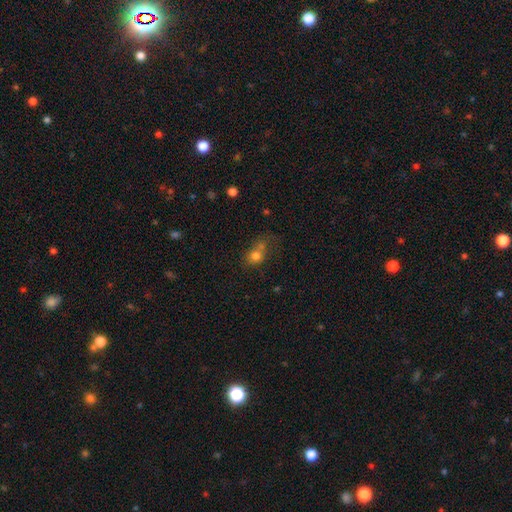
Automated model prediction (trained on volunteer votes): This is likely a smooth galaxy (73%). How rounded: likely round (62%). Merging: marginally merger (37%).